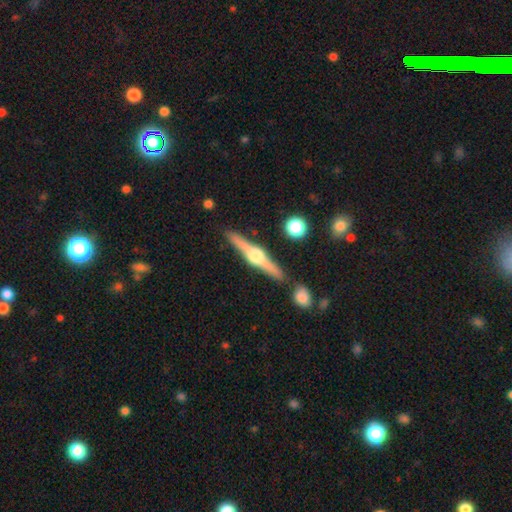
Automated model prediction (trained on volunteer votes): Smooth or featured: featured or disk — 82% (smooth — 12%)
Edge-on disk: yes — 98% (no — 2%)
Edge-on bulge: rounded — 94% (boxy — 4%)
Merging: none — 87% (minor disturbance — 8%)